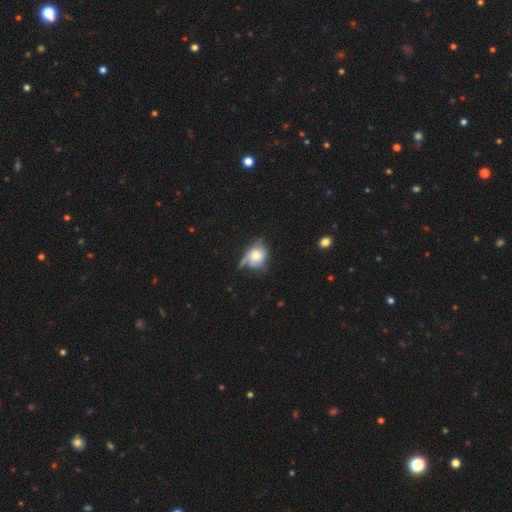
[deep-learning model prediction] A smooth galaxy with no disk features (63%) that is round (64%).

Vote fractions:
- Smooth or featured? smooth: 63% / featured or disk: 27% / star or artifact: 10%
- How rounded? round: 64% / in between: 35% / cigar-shaped: 2%
- Merging? none: 43% / minor disturbance: 29% / major disturbance: 18% / merger: 10%